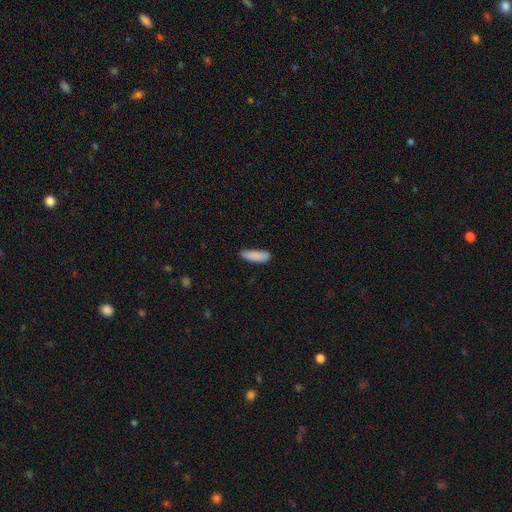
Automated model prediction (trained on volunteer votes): smooth 88%, star or artifact 7%, featured or disk 5%. Down the decision tree: how rounded — in between (55%); merging — none (79%).